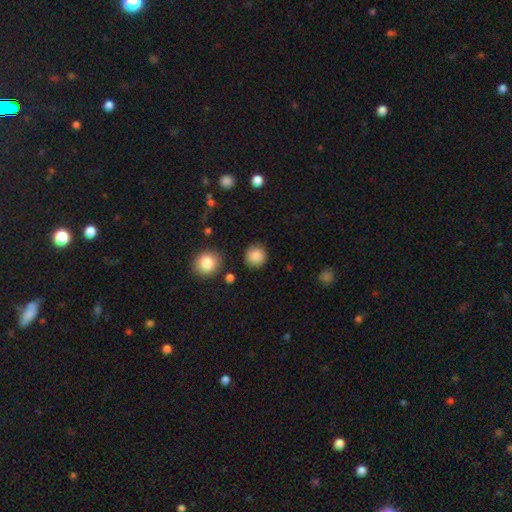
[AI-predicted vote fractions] Morphology: type=smooth (85%); roundness=round (92%); merging=none (85%).